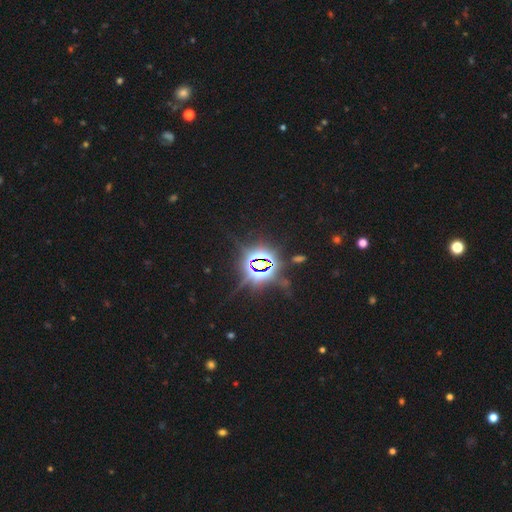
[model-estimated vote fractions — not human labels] Overall: star or artifact (84%).